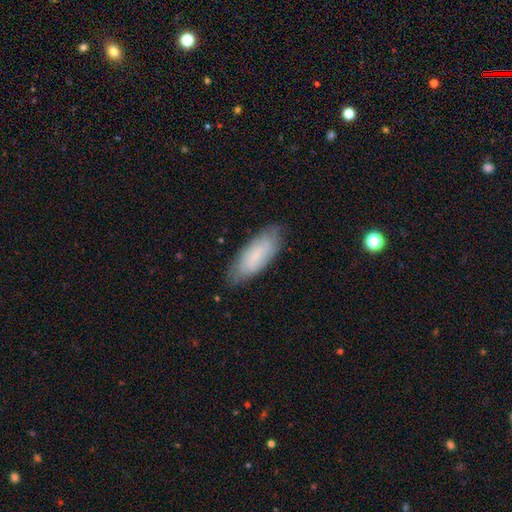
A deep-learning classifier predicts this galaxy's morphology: type=smooth (61%); roundness=in between (77%); merging=none (79%).